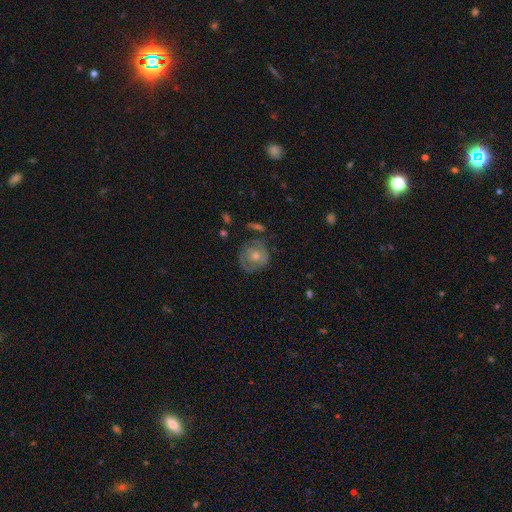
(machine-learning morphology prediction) Smooth or featured?
  - featured or disk: 61% *
  - smooth: 30%
  - star or artifact: 9%
Edge-on disk?
  - no: 96% *
  - yes: 4%
Bar?
  - no: 73% *
  - weak: 22%
  - strong: 5%
Spiral arms?
  - yes: 65% *
  - no: 35%
Bulge size?
  - moderate: 63% *
  - small: 31%
  - large: 3%
  - none: 2%
  - dominant: 1%
Merging?
  - none: 70% *
  - minor disturbance: 18%
  - major disturbance: 8%
  - merger: 4%